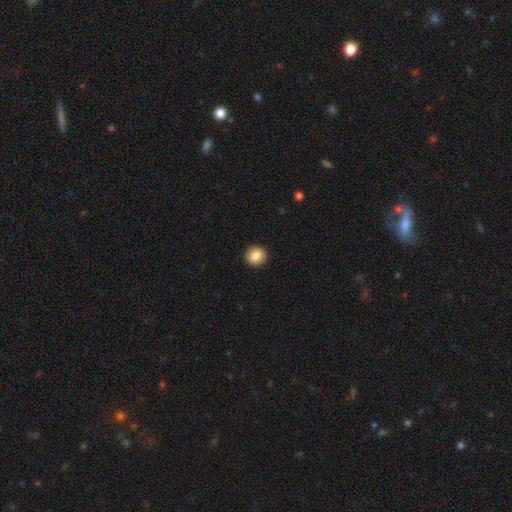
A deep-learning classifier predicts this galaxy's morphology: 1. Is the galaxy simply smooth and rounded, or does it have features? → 87% smooth, 8% star or artifact, 5% featured or disk.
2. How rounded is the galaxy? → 91% round, 8% in between, 1% cigar-shaped.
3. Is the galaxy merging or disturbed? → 92% none, 5% minor disturbance, 2% major disturbance, 1% merger.